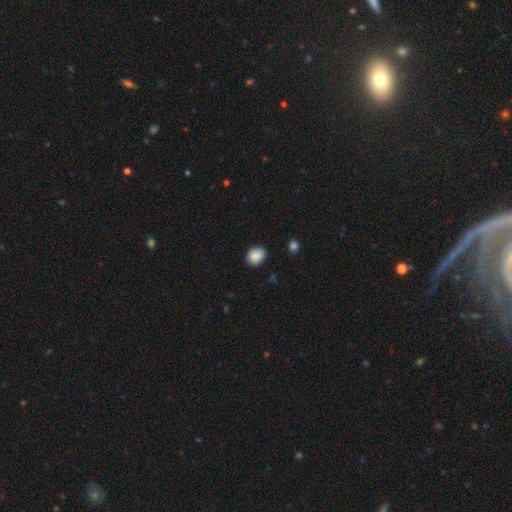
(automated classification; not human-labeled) The model was most divided on "how rounded": in between: 61%, round: 38%, cigar-shaped: 1%. More confident: smooth or featured — smooth (89%); merging — none (84%).